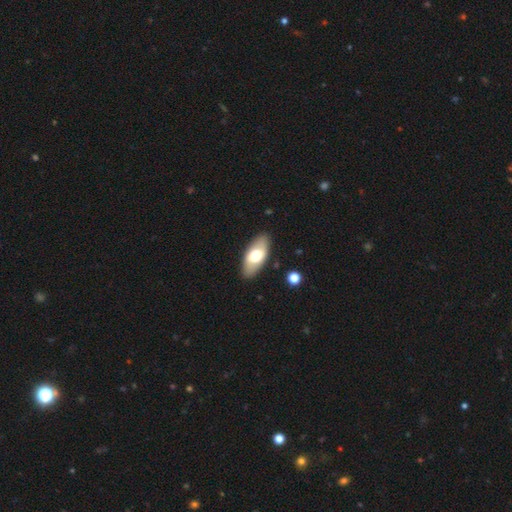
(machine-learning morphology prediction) smooth 61%, featured or disk 33%, star or artifact 6%. Down the decision tree: how rounded — in between (89%); merging — none (88%).